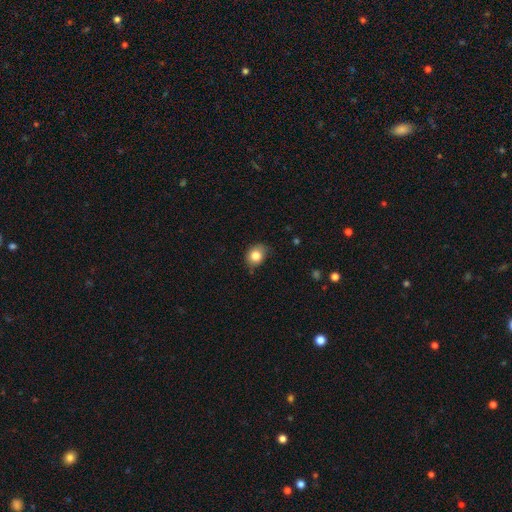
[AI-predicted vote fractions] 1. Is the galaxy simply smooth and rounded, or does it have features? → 82% smooth, 10% star or artifact, 8% featured or disk.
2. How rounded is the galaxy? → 59% round, 40% in between, 1% cigar-shaped.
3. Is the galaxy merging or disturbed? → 66% none, 27% minor disturbance, 5% major disturbance, 2% merger.